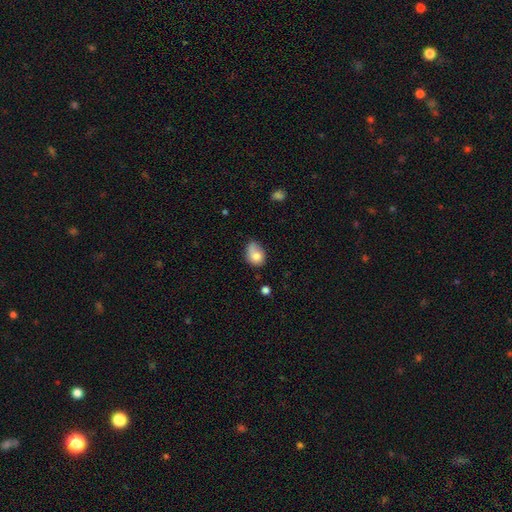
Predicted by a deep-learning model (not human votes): Smooth or featured? Predicted: smooth (p=0.76). How rounded? Predicted: in between (p=0.66). Merging? Predicted: none (p=0.41).